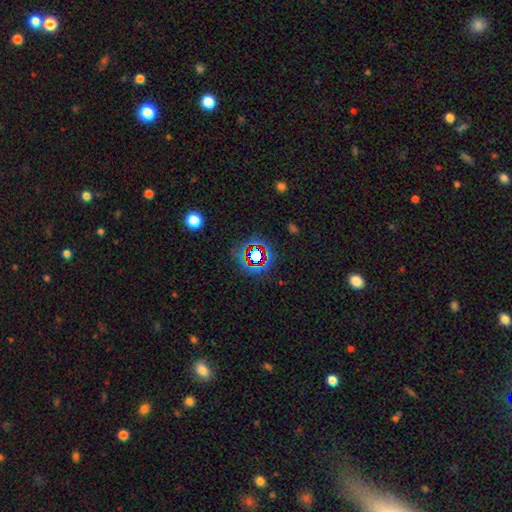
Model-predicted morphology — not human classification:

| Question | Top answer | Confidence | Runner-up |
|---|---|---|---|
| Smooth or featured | star or artifact | 68% | smooth (19%) |